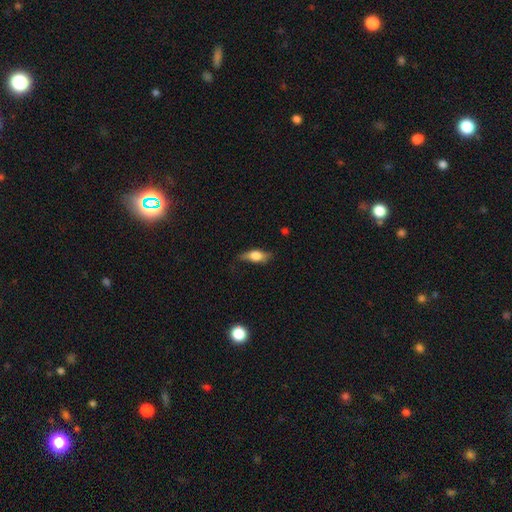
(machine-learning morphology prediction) Q: Smooth or featured?
A: smooth (59%); runner-up: featured or disk (33%)
Q: How rounded?
A: in between (70%); runner-up: cigar-shaped (23%)
Q: Merging?
A: none (63%); runner-up: minor disturbance (27%)